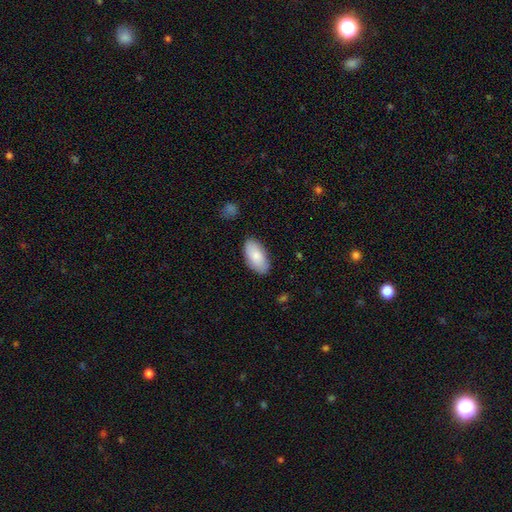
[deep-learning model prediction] Overall: smooth (82%). How rounded: in between (94%). Merging: none (85%).